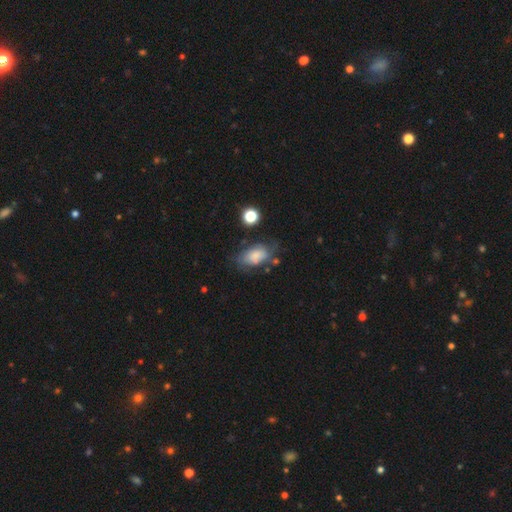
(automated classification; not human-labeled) Smooth or featured? smooth (62%)
How rounded? in between (88%)
Merging? none (47%)